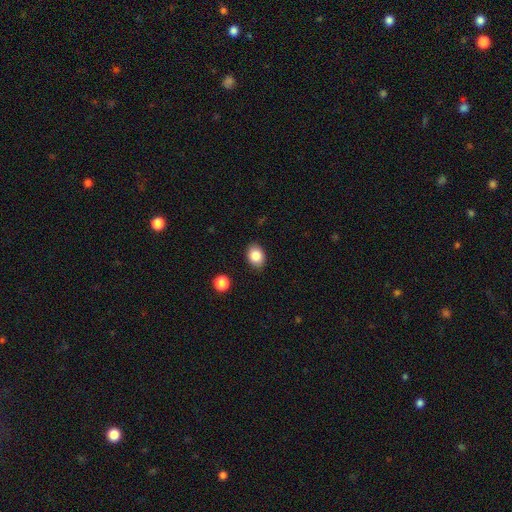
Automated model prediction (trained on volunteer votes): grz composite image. It shows a smooth galaxy with no disk features (85%) that is in between round and cigar-shaped (67%). Merging: none (86%).